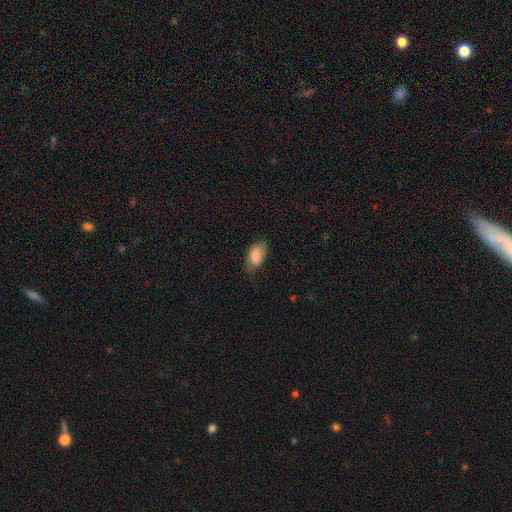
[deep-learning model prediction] Overall: smooth (80%). How rounded: in between (92%). Merging: none (64%; minor disturbance 28%).